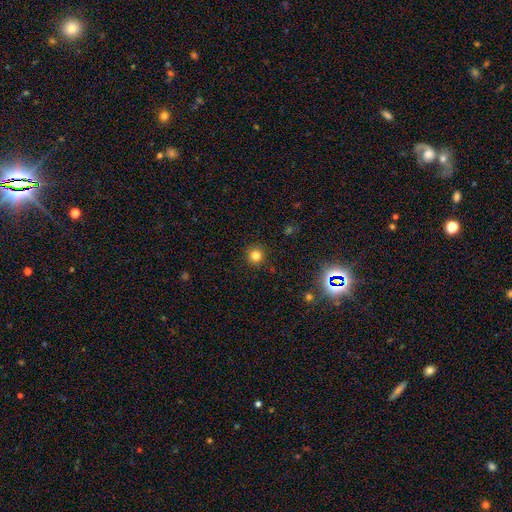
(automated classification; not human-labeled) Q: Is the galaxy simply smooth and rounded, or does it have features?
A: smooth — 80%.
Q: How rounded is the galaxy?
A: round — 94%.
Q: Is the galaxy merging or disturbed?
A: none — 91%.